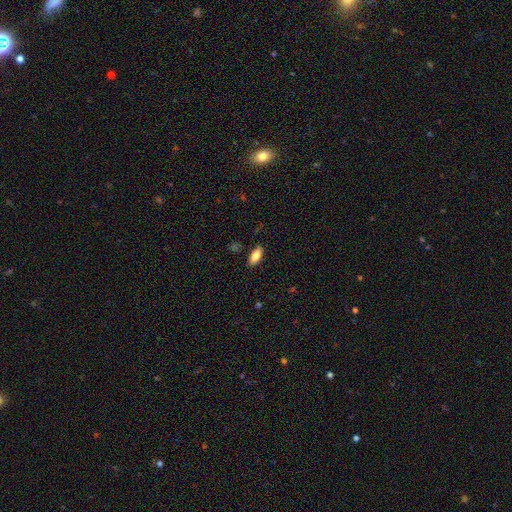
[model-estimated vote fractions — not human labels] The model was most divided on "smooth or featured": smooth: 81%, featured or disk: 12%, star or artifact: 7%. More confident: merging — none (86%); how rounded — in between (85%).